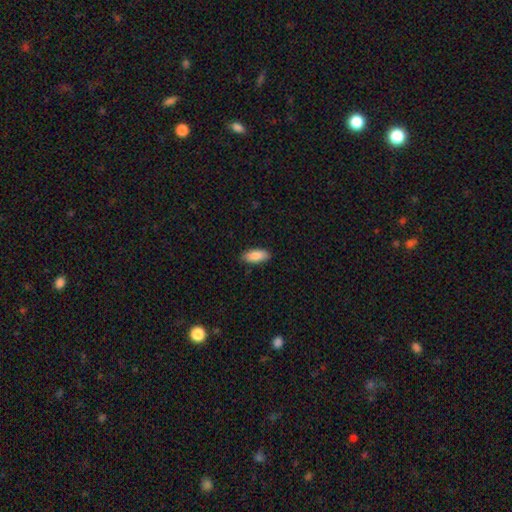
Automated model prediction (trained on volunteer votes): A smooth galaxy with no disk features (88%) that is in between round and cigar-shaped (83%).

Vote fractions:
- Smooth or featured? smooth: 88% / featured or disk: 6% / star or artifact: 6%
- How rounded? in between: 83% / cigar-shaped: 15% / round: 2%
- Merging? none: 87% / minor disturbance: 10% / major disturbance: 2% / merger: 1%